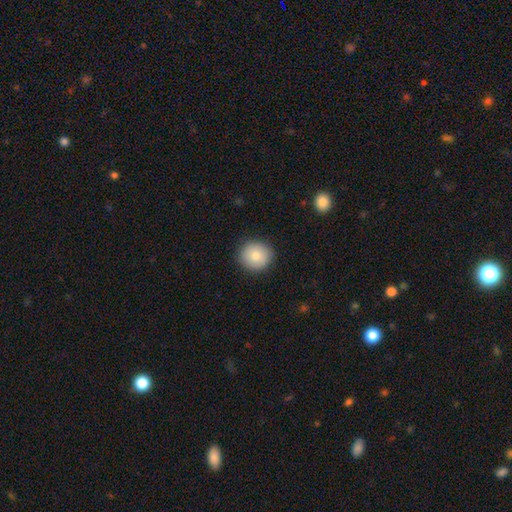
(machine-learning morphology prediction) smooth 81%, featured or disk 11%, star or artifact 8%. Down the decision tree: how rounded — round (89%); merging — none (90%).